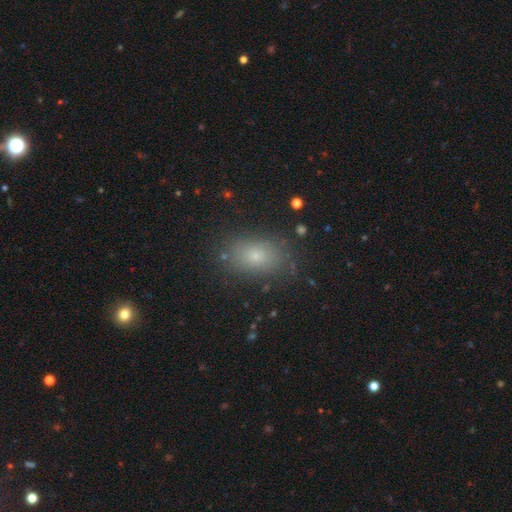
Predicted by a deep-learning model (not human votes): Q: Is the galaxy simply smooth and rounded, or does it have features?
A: smooth — 73%.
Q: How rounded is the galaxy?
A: in between — 82%.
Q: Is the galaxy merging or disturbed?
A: none — 82%.